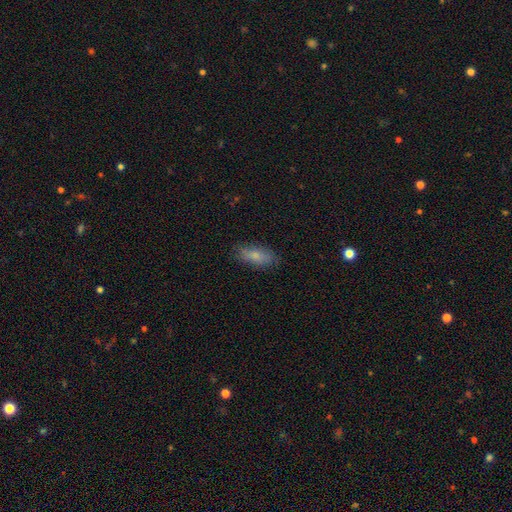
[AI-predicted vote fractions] This appears to be a smooth galaxy with no disk features (78%) that is in between round and cigar-shaped (74%). Merging: none (82%).